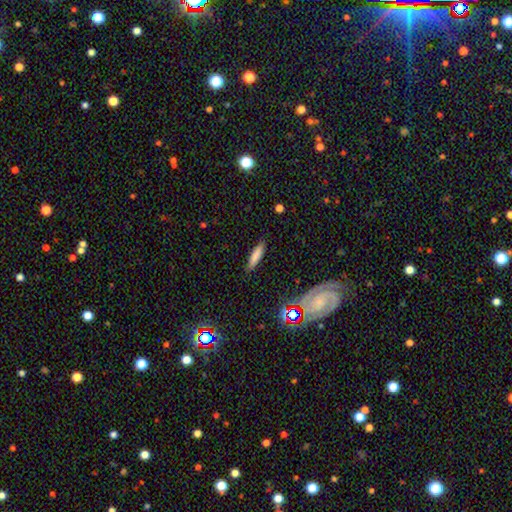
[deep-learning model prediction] Smooth or featured? smooth (79%)
How rounded? cigar-shaped (75%)
Merging? none (86%)